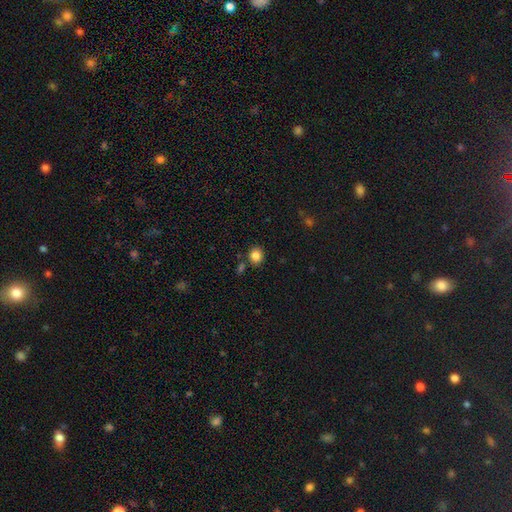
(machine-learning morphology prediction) Q: Smooth or featured?
A: smooth (84%); runner-up: star or artifact (11%)
Q: How rounded?
A: round (75%); runner-up: in between (25%)
Q: Merging?
A: none (84%); runner-up: minor disturbance (8%)